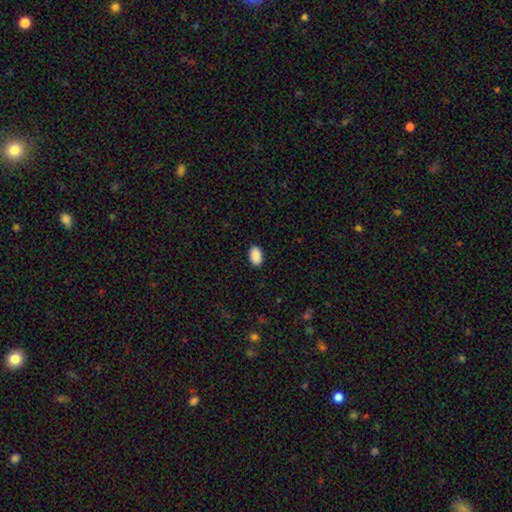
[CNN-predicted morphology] The model was most divided on "merging": none: 90%, minor disturbance: 7%, major disturbance: 2%, merger: 1%. More confident: how rounded — in between (93%); smooth or featured — smooth (91%).